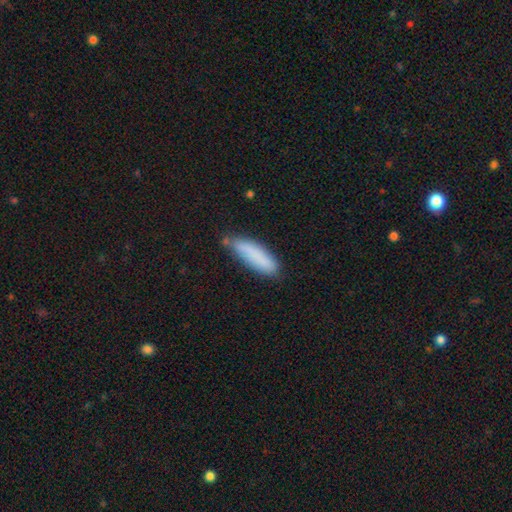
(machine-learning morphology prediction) This is clearly a smooth galaxy (83%). How rounded: likely cigar-shaped (62%). Merging: likely none (67%).